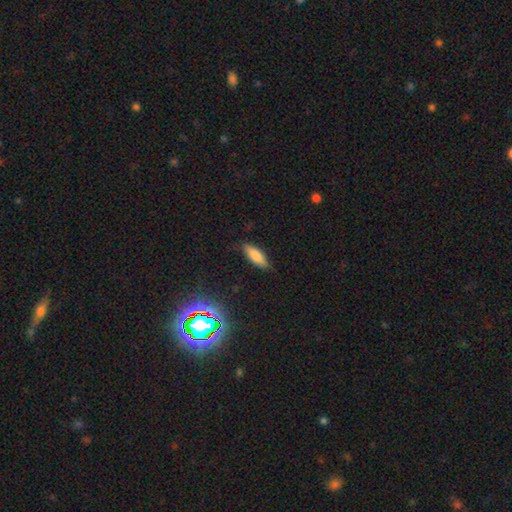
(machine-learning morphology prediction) The model was most divided on "how rounded": in between: 58%, cigar-shaped: 40%, round: 2%. More confident: smooth or featured — smooth (80%); merging — none (80%).